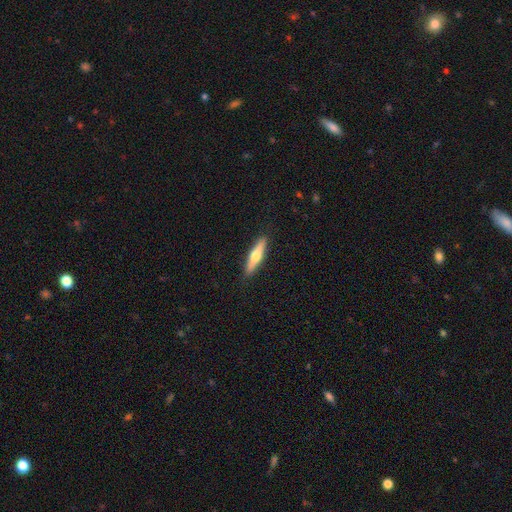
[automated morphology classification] smooth 48%, featured or disk 47%, star or artifact 6%. Down the decision tree: merging — none (90%).